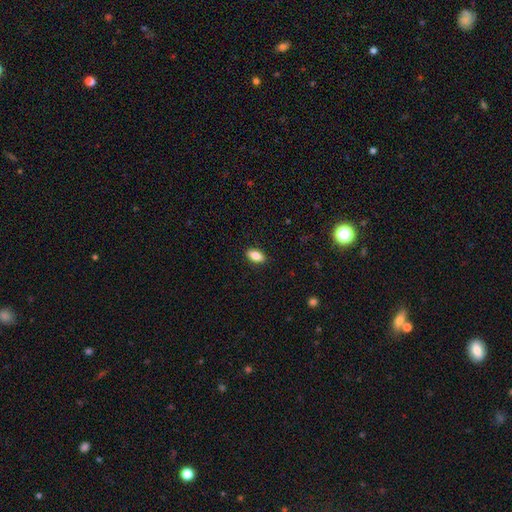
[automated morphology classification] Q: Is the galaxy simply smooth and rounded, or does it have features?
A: smooth — 85%.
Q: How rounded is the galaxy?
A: in between — 89%.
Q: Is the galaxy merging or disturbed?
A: none — 89%.